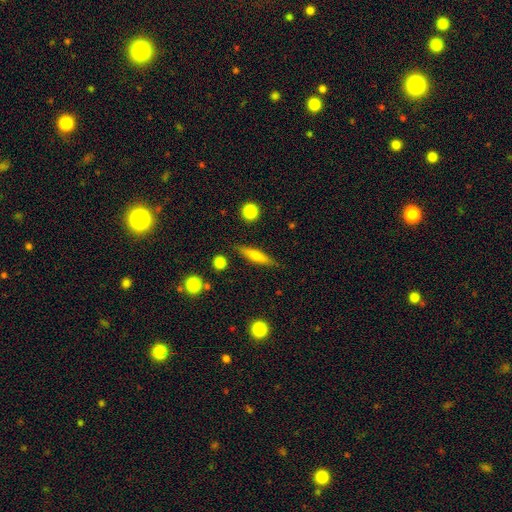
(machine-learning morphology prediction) Smooth or featured?
  - smooth: 55% *
  - featured or disk: 38%
  - star or artifact: 7%
How rounded?
  - cigar-shaped: 82% *
  - in between: 15%
  - round: 3%
Merging?
  - none: 85% *
  - minor disturbance: 10%
  - major disturbance: 2%
  - merger: 2%